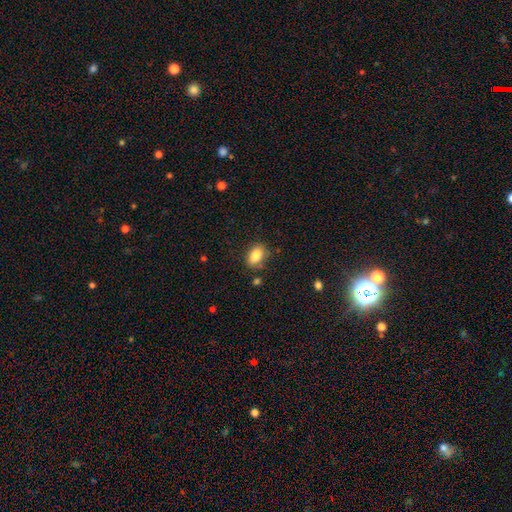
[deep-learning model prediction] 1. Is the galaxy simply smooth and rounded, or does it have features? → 85% smooth, 8% star or artifact, 7% featured or disk.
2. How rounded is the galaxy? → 85% in between, 14% round, 2% cigar-shaped.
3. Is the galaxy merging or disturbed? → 79% none, 14% minor disturbance, 4% major disturbance, 3% merger.